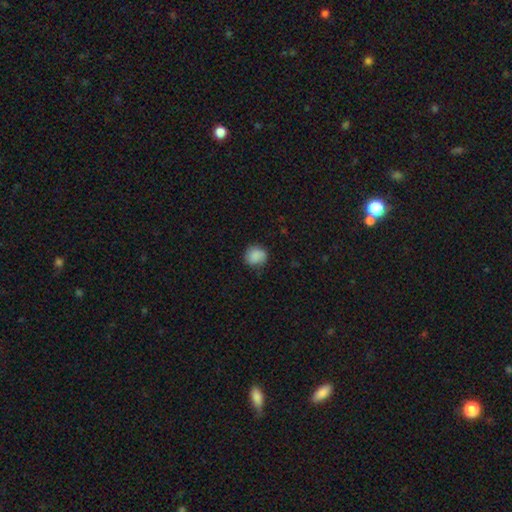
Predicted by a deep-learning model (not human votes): This is clearly a smooth galaxy (85%). How rounded: clearly round (83%). Merging: likely none (76%).